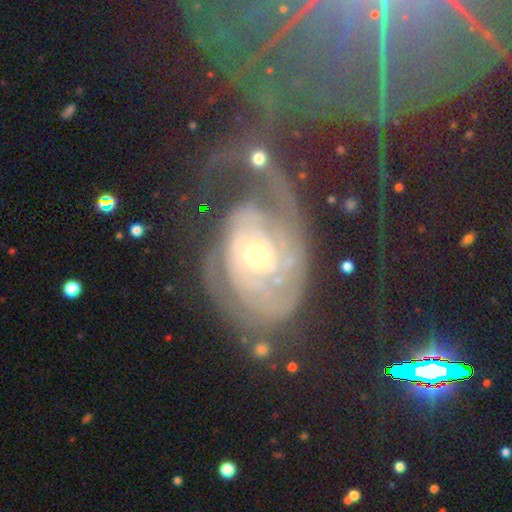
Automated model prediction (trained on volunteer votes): Q: Smooth or featured?
A: featured or disk (86%); runner-up: smooth (8%)
Q: Edge-on disk?
A: no (97%); runner-up: yes (3%)
Q: Bar?
A: no (74%); runner-up: weak (20%)
Q: Spiral arms?
A: yes (90%); runner-up: no (10%)
Q: Spiral winding?
A: tight (61%); runner-up: medium (26%)
Q: Spiral arm count?
A: 2 (36%); runner-up: can't tell (31%)
Q: Bulge size?
A: moderate (63%); runner-up: small (29%)
Q: Merging?
A: major disturbance (39%); runner-up: none (30%)